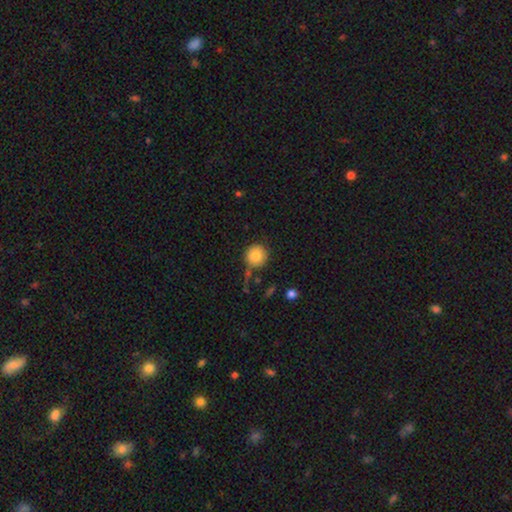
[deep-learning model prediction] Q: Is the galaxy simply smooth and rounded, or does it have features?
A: smooth — 83%.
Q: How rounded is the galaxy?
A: round — 93%.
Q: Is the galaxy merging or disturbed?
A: none — 74%.